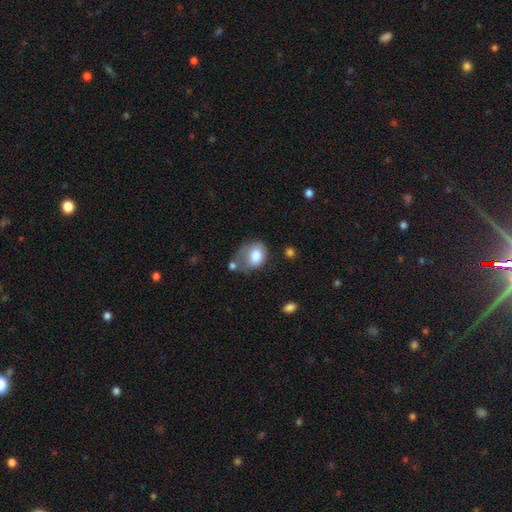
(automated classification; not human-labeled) The model was most divided on "merging" (2-way tie): minor disturbance: 28%, major disturbance: 28%, none: 26%, merger: 17%. More confident: smooth or featured — smooth (75%); how rounded — in between (64%).